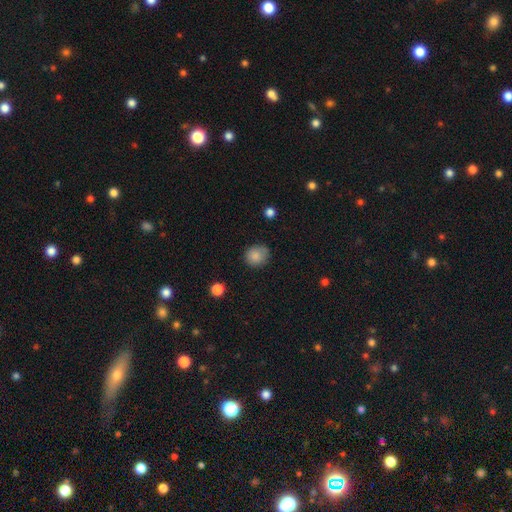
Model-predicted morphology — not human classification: The model was most divided on "merging": none: 74%, minor disturbance: 20%, major disturbance: 4%, merger: 2%. More confident: smooth or featured — smooth (85%); how rounded — round (78%).